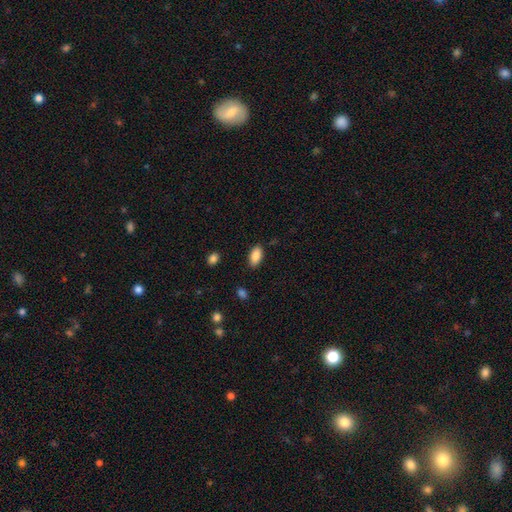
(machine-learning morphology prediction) Smooth or featured? smooth (87%)
How rounded? in between (92%)
Merging? none (85%)